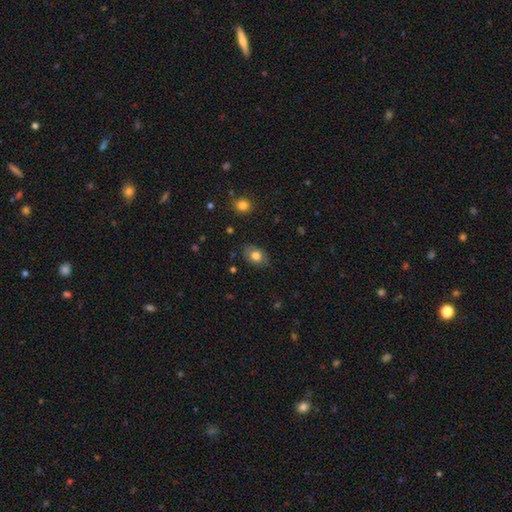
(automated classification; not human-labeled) Smooth or featured: smooth — 76% (featured or disk — 16%)
How rounded: in between — 76% (round — 22%)
Merging: none — 79% (minor disturbance — 16%)